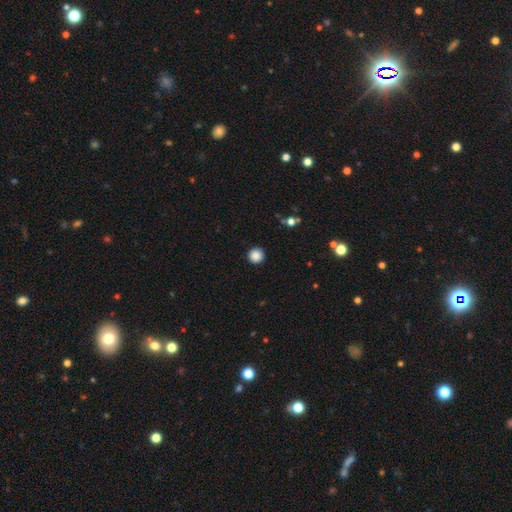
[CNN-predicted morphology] Smooth or featured: smooth — 87% (star or artifact — 10%)
How rounded: round — 96% (in between — 3%)
Merging: none — 93% (minor disturbance — 4%)